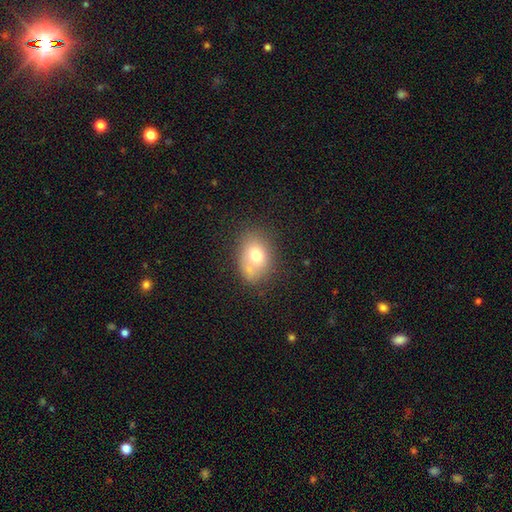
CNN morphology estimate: Smooth or featured? smooth (71%)
How rounded? in between (66%)
Merging? none (54%)